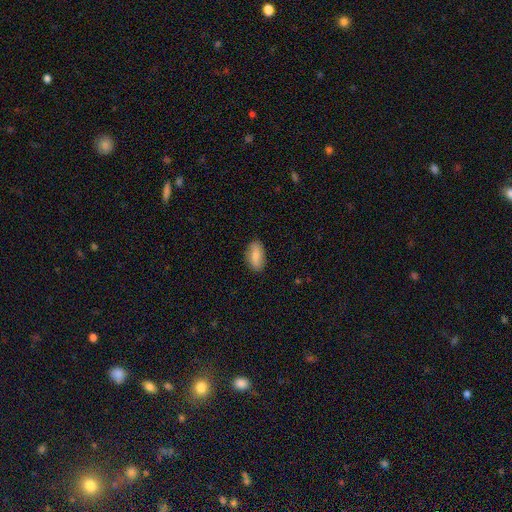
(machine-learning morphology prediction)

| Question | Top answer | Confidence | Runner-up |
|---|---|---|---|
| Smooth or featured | smooth | 77% | featured or disk (17%) |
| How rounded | in between | 90% | cigar-shaped (6%) |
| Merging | none | 85% | minor disturbance (11%) |